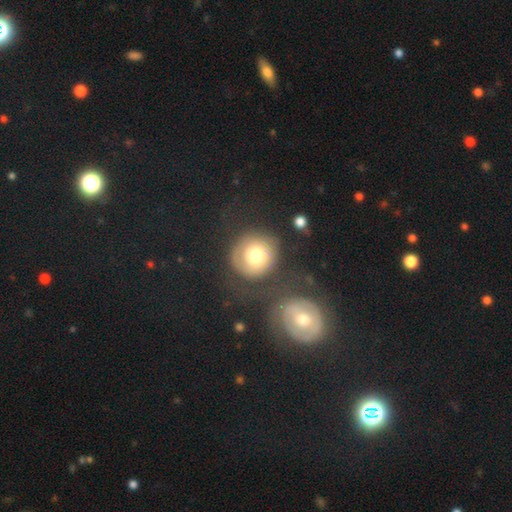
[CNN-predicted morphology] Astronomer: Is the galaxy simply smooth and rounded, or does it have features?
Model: smooth — 64%.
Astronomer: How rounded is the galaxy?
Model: round — 91%.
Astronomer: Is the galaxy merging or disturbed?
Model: none — 59%.